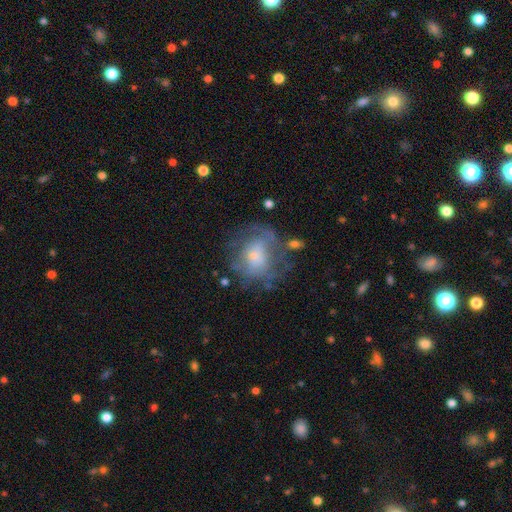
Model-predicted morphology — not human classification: Smooth or featured?
  - featured or disk: 45% *
  - smooth: 44%
  - star or artifact: 11%
Merging?
  - none: 52% *
  - minor disturbance: 22%
  - major disturbance: 21%
  - merger: 5%